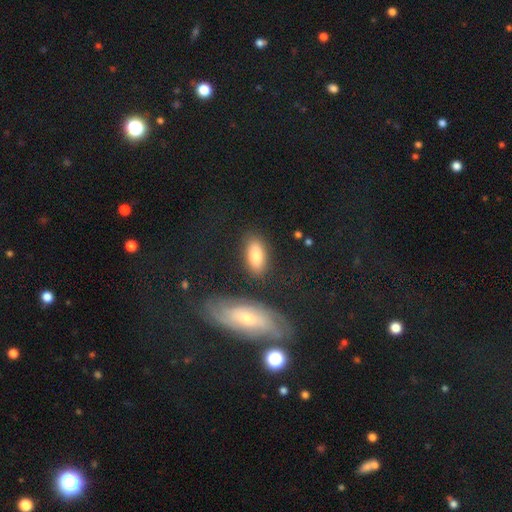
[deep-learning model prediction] Morphology: type=smooth (82%); roundness=in between (85%); merging=none (80%).